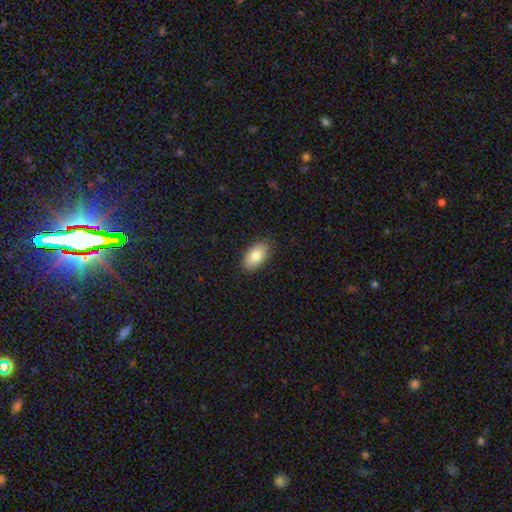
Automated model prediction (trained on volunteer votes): This appears to be a smooth galaxy with no disk features (82%) that is in between round and cigar-shaped (94%). Merging: none (87%).